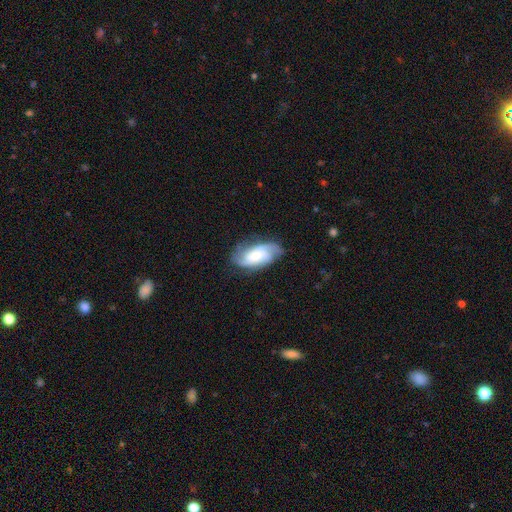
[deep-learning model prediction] Smooth or featured?
  - featured or disk: 76% *
  - smooth: 18%
  - star or artifact: 6%
Edge-on disk?
  - no: 95% *
  - yes: 5%
Bar?
  - no: 62% *
  - weak: 31%
  - strong: 7%
Spiral arms?
  - yes: 95% *
  - no: 5%
Spiral winding?
  - medium: 46% *
  - tight: 32%
  - loose: 21%
Spiral arm count?
  - 2: 36% *
  - 3: 35%
  - can't tell: 16%
  - 4: 6%
  - 1: 4%
  - more than 4: 3%
Bulge size?
  - moderate: 49% *
  - small: 41%
  - large: 6%
  - none: 2%
  - dominant: 1%
Merging?
  - none: 72% *
  - minor disturbance: 20%
  - major disturbance: 7%
  - merger: 1%